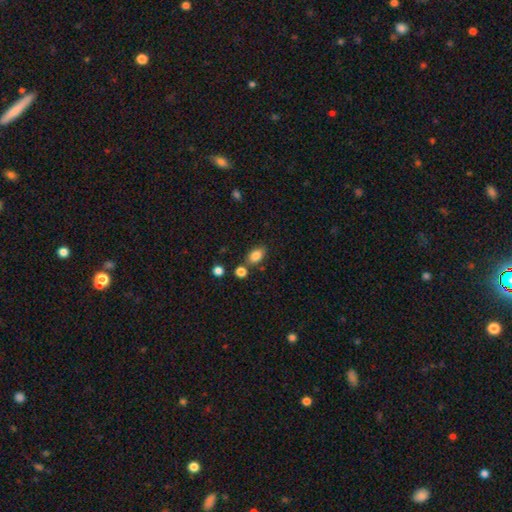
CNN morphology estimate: The model was most divided on "merging": none: 71%, minor disturbance: 13%, merger: 13%, major disturbance: 3%. More confident: how rounded — in between (85%); smooth or featured — smooth (84%).